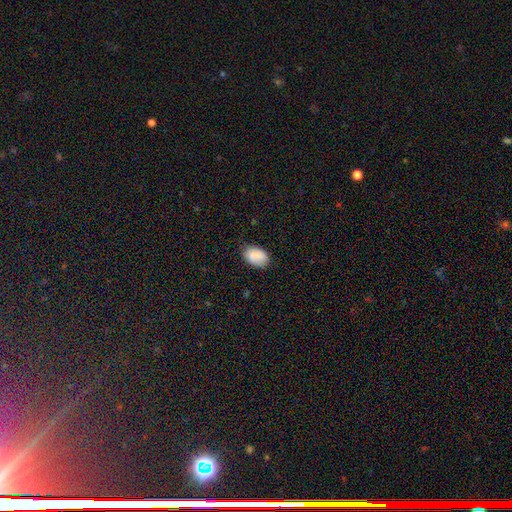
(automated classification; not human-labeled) smooth 85%, featured or disk 8%, star or artifact 7%. Down the decision tree: how rounded — in between (87%); merging — none (74%).